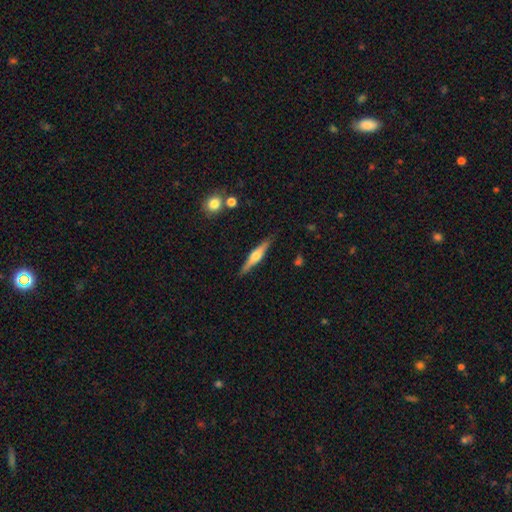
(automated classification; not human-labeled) Smooth or featured? featured or disk (64%)
Edge-on disk? yes (97%)
Edge-on bulge? rounded (84%)
Merging? none (88%)